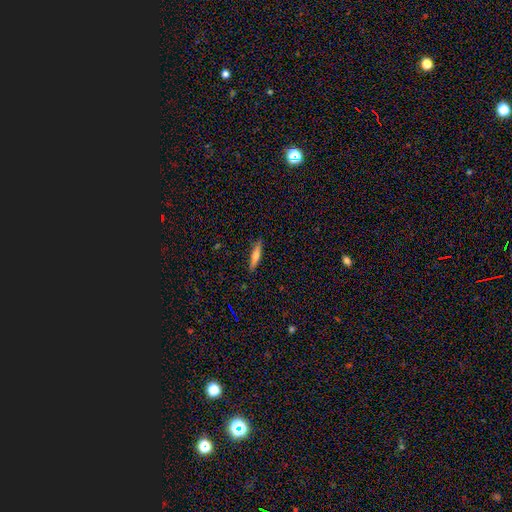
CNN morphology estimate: Smooth or featured: smooth — 54% (featured or disk — 40%)
How rounded: cigar-shaped — 87% (in between — 11%)
Merging: none — 90% (minor disturbance — 8%)